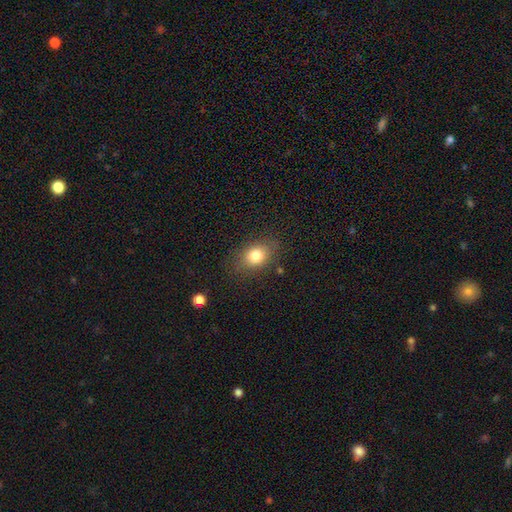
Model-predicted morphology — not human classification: This is clearly a smooth galaxy (81%). How rounded: likely in between (64%). Merging: likely none (79%).